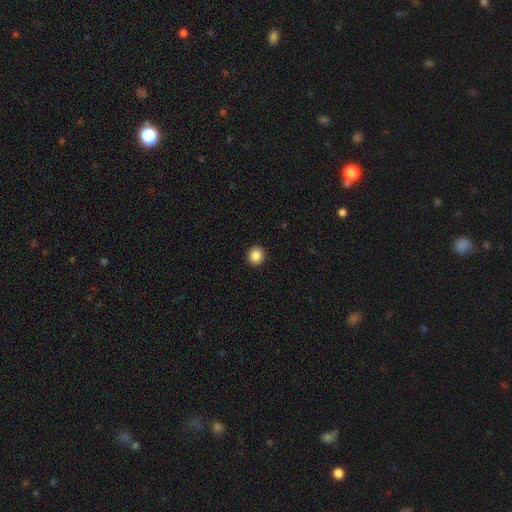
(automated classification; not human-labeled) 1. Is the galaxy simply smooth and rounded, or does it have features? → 86% smooth, 10% star or artifact, 4% featured or disk.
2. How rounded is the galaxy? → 90% round, 9% in between, 1% cigar-shaped.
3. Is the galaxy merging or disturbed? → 93% none, 4% minor disturbance, 1% major disturbance, 1% merger.